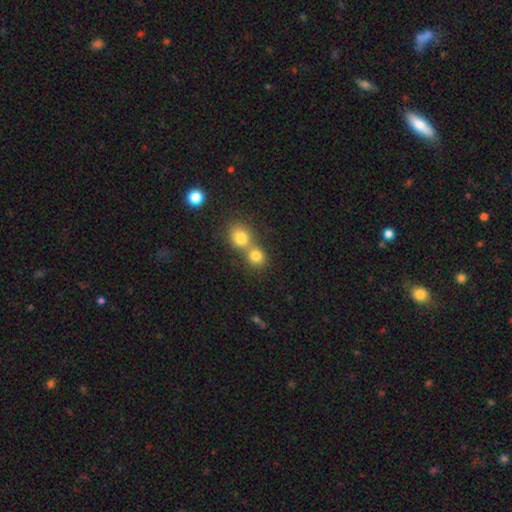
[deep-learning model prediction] Q: Smooth or featured?
A: smooth (79%); runner-up: star or artifact (12%)
Q: How rounded?
A: round (83%); runner-up: in between (16%)
Q: Merging?
A: merger (56%); runner-up: none (37%)